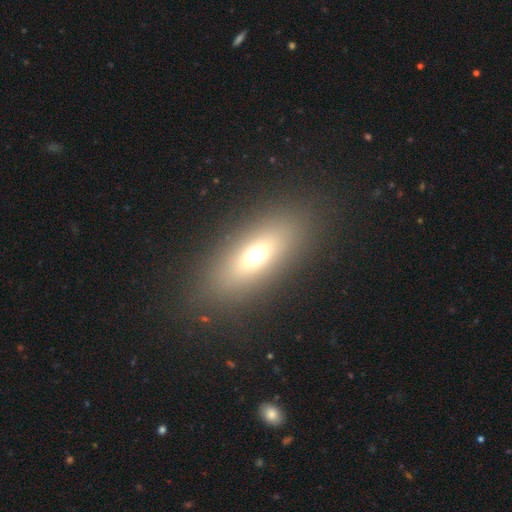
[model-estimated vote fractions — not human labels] Morphology: type=smooth (63%); roundness=in between (73%); merging=none (84%).